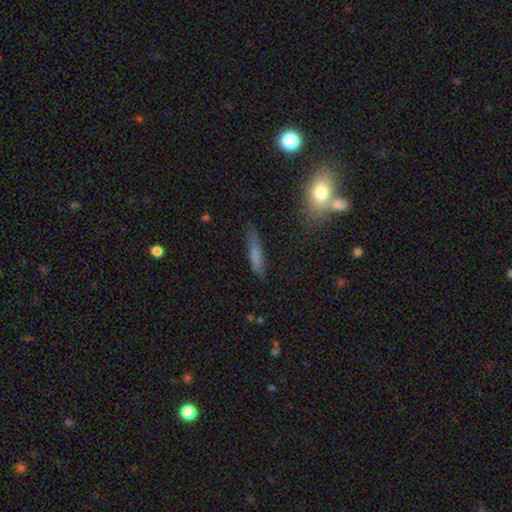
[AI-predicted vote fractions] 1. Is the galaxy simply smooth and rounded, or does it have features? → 73% smooth, 17% featured or disk, 9% star or artifact.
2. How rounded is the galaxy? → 86% cigar-shaped, 12% in between, 2% round.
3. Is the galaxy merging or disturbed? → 73% none, 19% minor disturbance, 5% major disturbance, 4% merger.